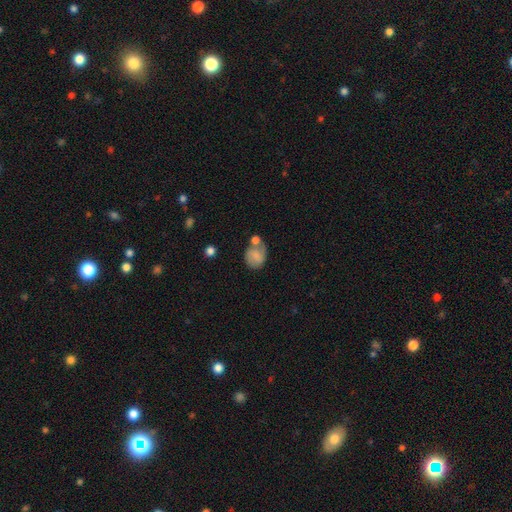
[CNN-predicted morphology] This appears to be a smooth galaxy with no disk features (59%) that is round (53%). Merging: none (40%).